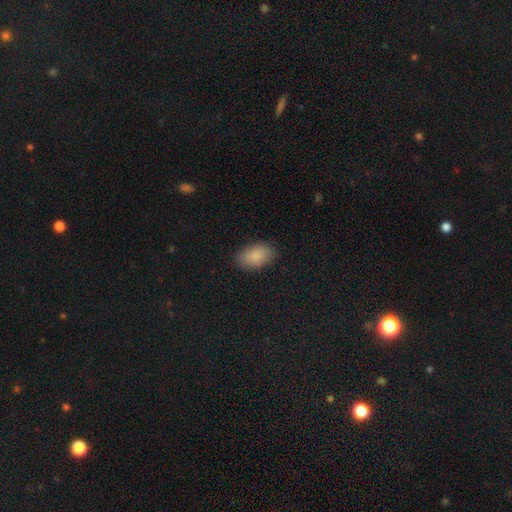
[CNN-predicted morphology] Smooth or featured? smooth (87%)
How rounded? in between (92%)
Merging? none (86%)